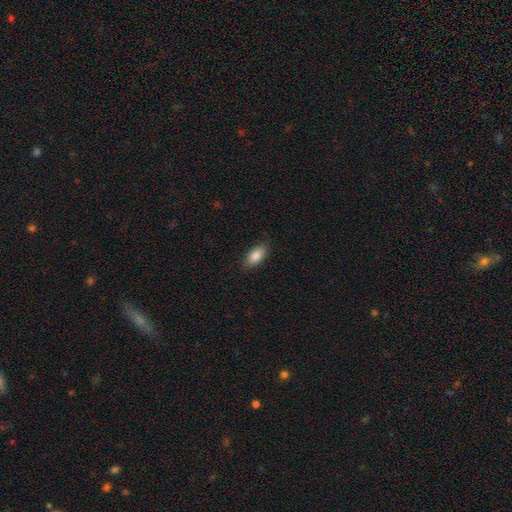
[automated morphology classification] Overall: smooth (86%). How rounded: in between (90%). Merging: none (86%).